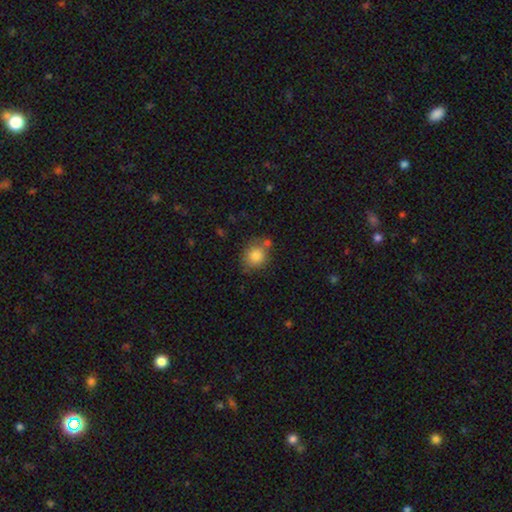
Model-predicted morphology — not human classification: Smooth or featured? Predicted: smooth (p=0.83). How rounded? Predicted: round (p=0.72). Merging? Predicted: none (p=0.67).